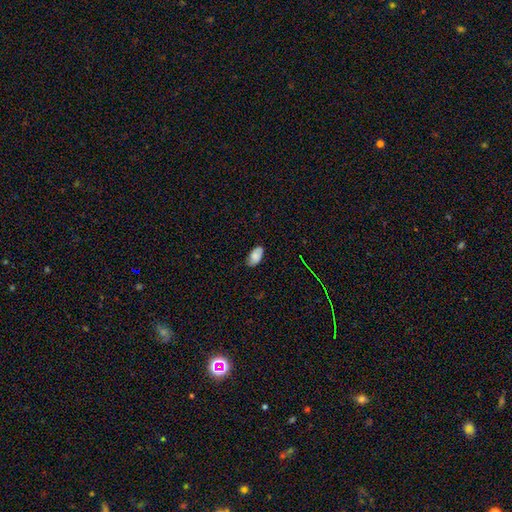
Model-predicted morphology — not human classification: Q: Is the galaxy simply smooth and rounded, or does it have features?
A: smooth — 80%.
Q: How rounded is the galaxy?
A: in between — 95%.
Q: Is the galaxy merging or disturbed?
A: none — 75%.